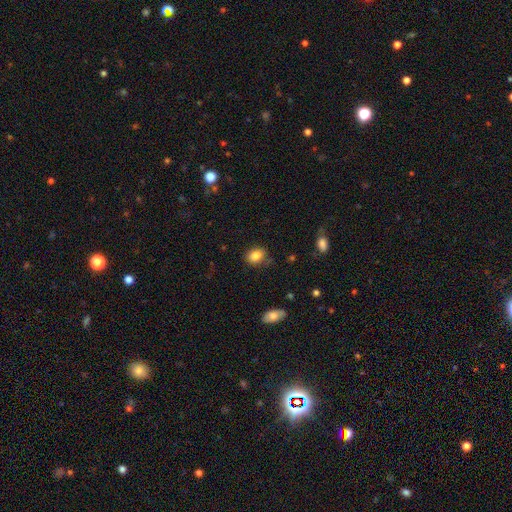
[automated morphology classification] smooth_or_featured: smooth (p=0.84) [alt: star or artifact p=0.09]
how_rounded: in between (p=0.64) [alt: round p=0.35]
merging: none (p=0.77) [alt: minor disturbance p=0.17]